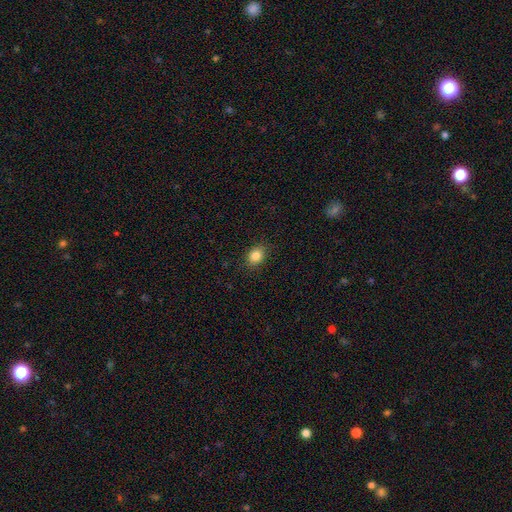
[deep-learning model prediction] This is clearly a smooth galaxy (84%). How rounded: possibly in between (55%). Merging: clearly none (87%).